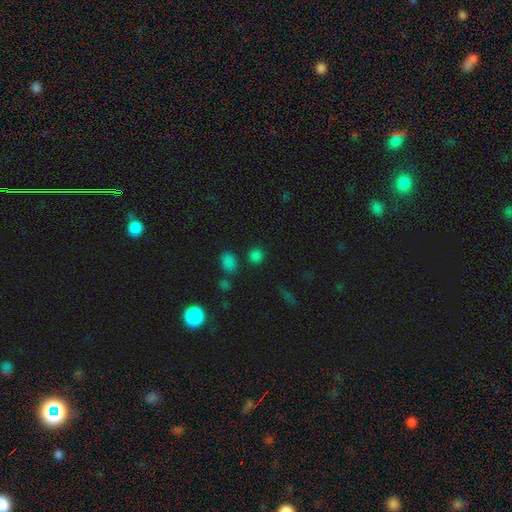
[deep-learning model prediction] Morphology: type=smooth (77%); roundness=round (77%); merging=none (82%).